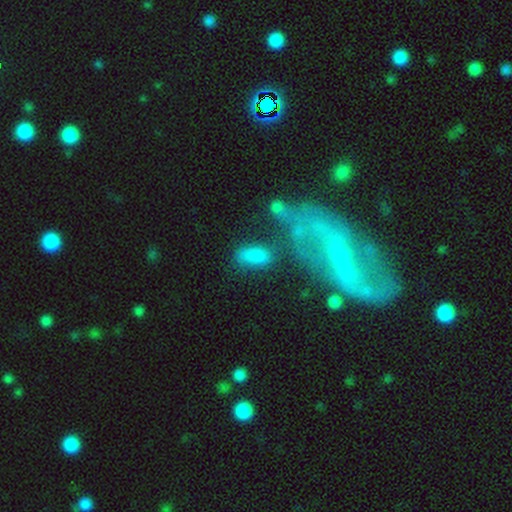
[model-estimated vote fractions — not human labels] A smooth galaxy with no disk features (74%) that is in between round and cigar-shaped (81%).

Vote fractions:
- Smooth or featured? smooth: 74% / featured or disk: 17% / star or artifact: 9%
- How rounded? in between: 81% / cigar-shaped: 13% / round: 6%
- Merging? none: 51% / minor disturbance: 20% / merger: 15% / major disturbance: 14%